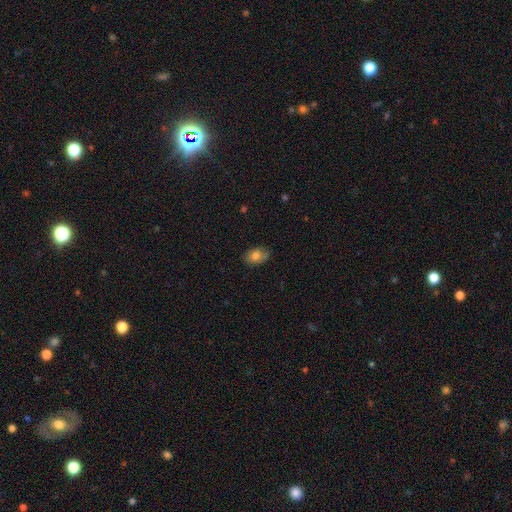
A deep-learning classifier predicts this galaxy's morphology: A smooth galaxy with no disk features (79%) that is in between round and cigar-shaped (82%). Merging: none (81%).